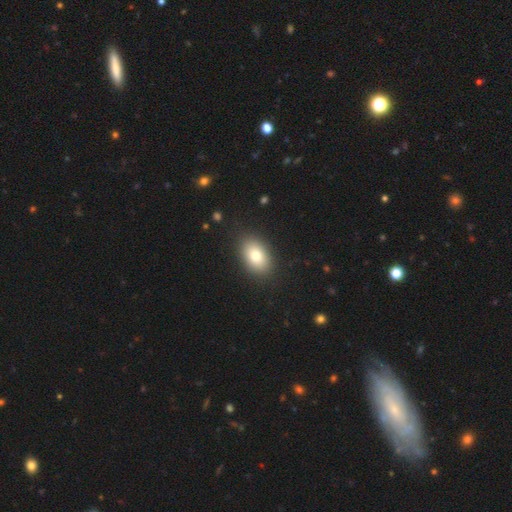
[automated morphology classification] Overall: smooth (79%). How rounded: in between (84%). Merging: none (88%).